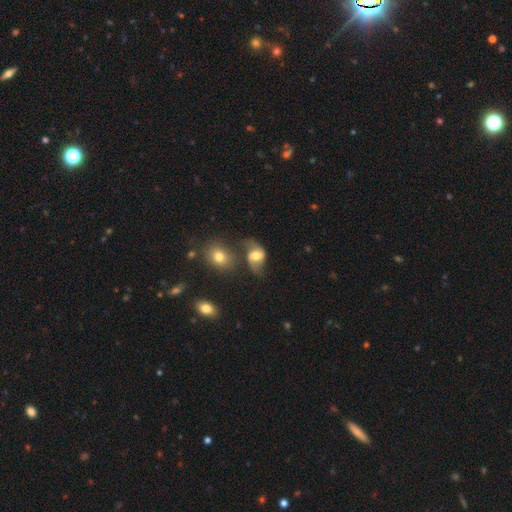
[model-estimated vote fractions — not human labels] A featured or disk galaxy (52%) with no bar (45%), spiral arms (80%) and a moderate central bulge (56%).

Vote fractions:
- Smooth or featured? featured or disk: 52% / smooth: 38% / star or artifact: 9%
- Edge-on disk? no: 96% / yes: 4%
- Bar? no: 45% / weak: 41% / strong: 14%
- Spiral arms? yes: 80% / no: 20%
- Bulge size? moderate: 56% / large: 28% / small: 9% / dominant: 3% / none: 3%
- Merging? none: 45% / minor disturbance: 20% / merger: 20% / major disturbance: 15%